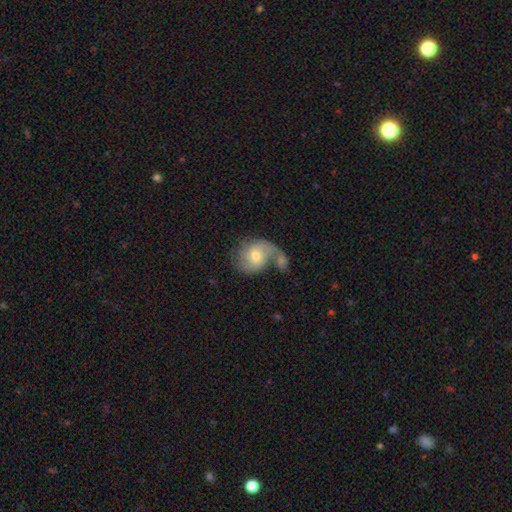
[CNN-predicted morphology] Q: Smooth or featured?
A: featured or disk (63%); runner-up: smooth (30%)
Q: Edge-on disk?
A: no (97%); runner-up: yes (3%)
Q: Bar?
A: no (57%); runner-up: weak (37%)
Q: Spiral arms?
A: yes (86%); runner-up: no (14%)
Q: Spiral winding?
A: medium (42%); runner-up: loose (36%)
Q: Spiral arm count?
A: 2 (59%); runner-up: can't tell (16%)
Q: Bulge size?
A: moderate (61%); runner-up: small (32%)
Q: Merging?
A: merger (39%); runner-up: none (30%)